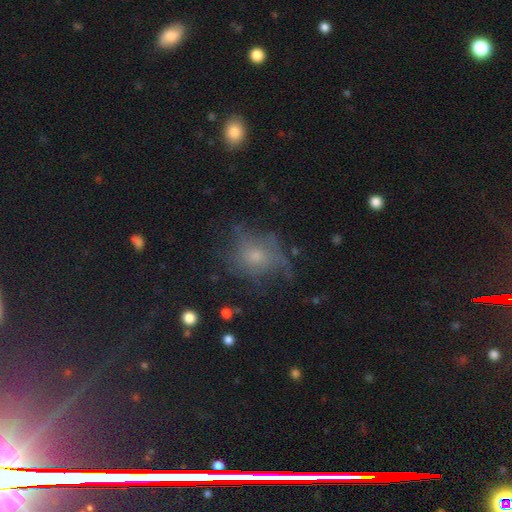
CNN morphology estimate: A smooth galaxy with no disk features (45%).

Vote fractions:
- Smooth or featured? smooth: 45% / featured or disk: 34% / star or artifact: 20%
- Merging? none: 53% / minor disturbance: 24% / major disturbance: 21% / merger: 2%